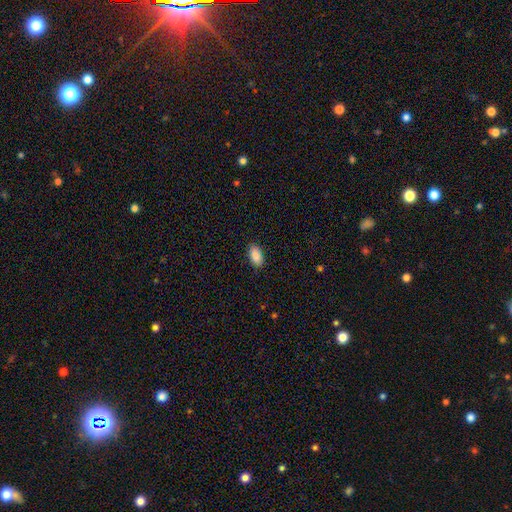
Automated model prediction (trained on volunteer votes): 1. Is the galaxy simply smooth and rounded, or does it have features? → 89% smooth, 7% star or artifact, 4% featured or disk.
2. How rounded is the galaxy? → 93% in between, 4% cigar-shaped, 3% round.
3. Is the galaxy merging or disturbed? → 88% none, 9% minor disturbance, 2% major disturbance, 1% merger.